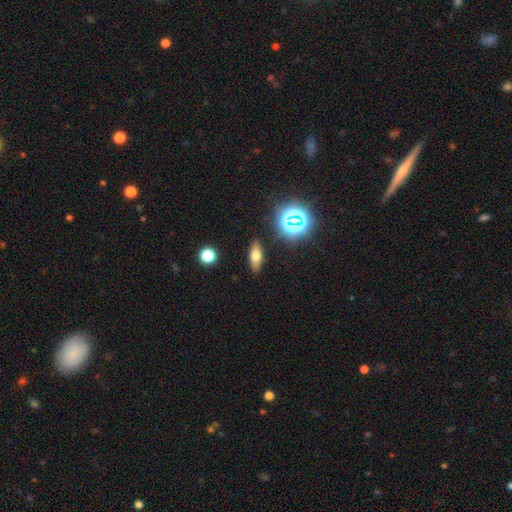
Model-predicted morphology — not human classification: This appears to be a smooth galaxy with no disk features (58%) that is in between round and cigar-shaped (57%). Merging: none (88%).